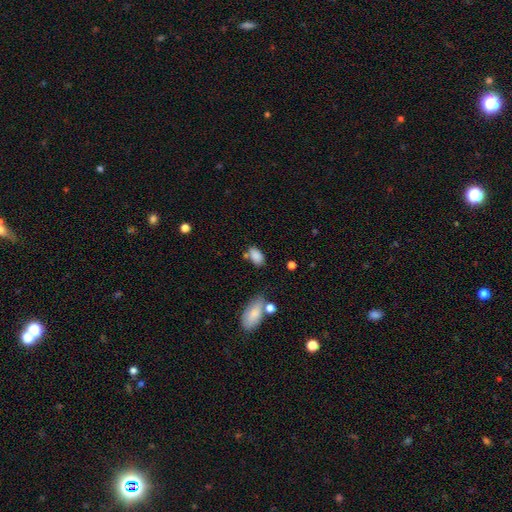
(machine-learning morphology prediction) A smooth galaxy with no disk features (85%) that is in between round and cigar-shaped (90%).

Vote fractions:
- Smooth or featured? smooth: 85% / star or artifact: 9% / featured or disk: 6%
- How rounded? in between: 90% / round: 7% / cigar-shaped: 3%
- Merging? none: 64% / minor disturbance: 19% / merger: 11% / major disturbance: 6%